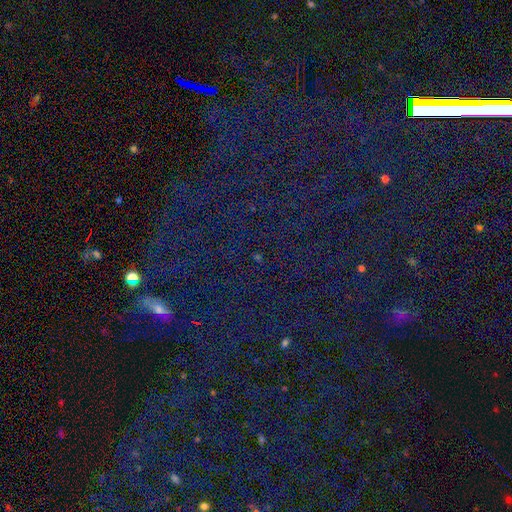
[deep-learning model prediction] Smooth or featured? star or artifact (81%)